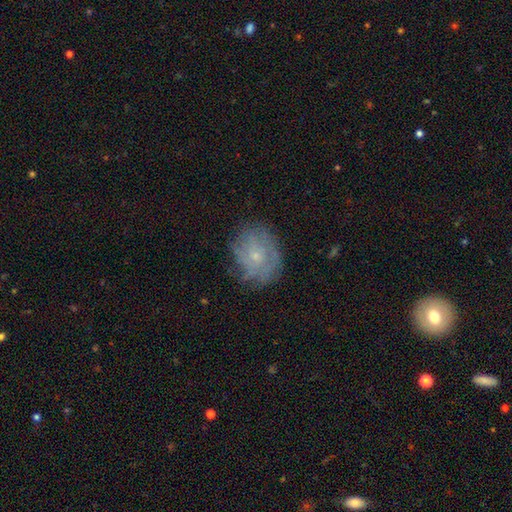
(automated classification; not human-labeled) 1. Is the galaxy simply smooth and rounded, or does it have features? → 53% featured or disk, 37% smooth, 10% star or artifact.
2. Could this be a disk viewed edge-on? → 97% no, 3% yes.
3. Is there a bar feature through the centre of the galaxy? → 85% no, 13% weak, 2% strong.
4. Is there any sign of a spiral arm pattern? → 64% yes, 36% no.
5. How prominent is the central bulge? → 75% small, 20% moderate, 3% none, 1% large, 1% dominant.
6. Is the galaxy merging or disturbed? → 68% none, 21% minor disturbance, 9% major disturbance, 1% merger.